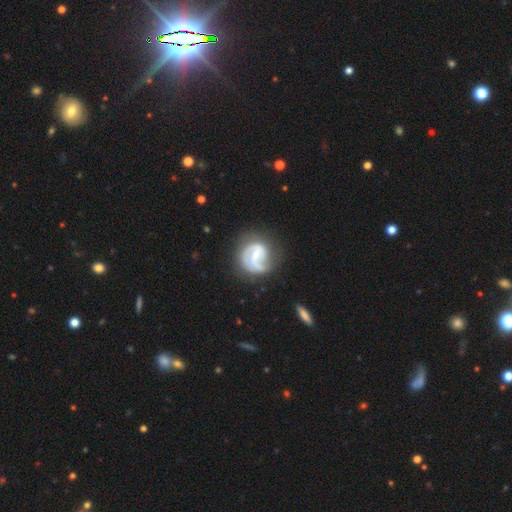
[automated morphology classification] featured or disk 79%, smooth 16%, star or artifact 5%. Down the decision tree: edge-on disk — no (98%); bar — weak (52%); spiral arms — yes (92%); spiral arm count — 2 (56%); spiral winding — medium (46%); bulge size — small (58%); merging — none (60%).